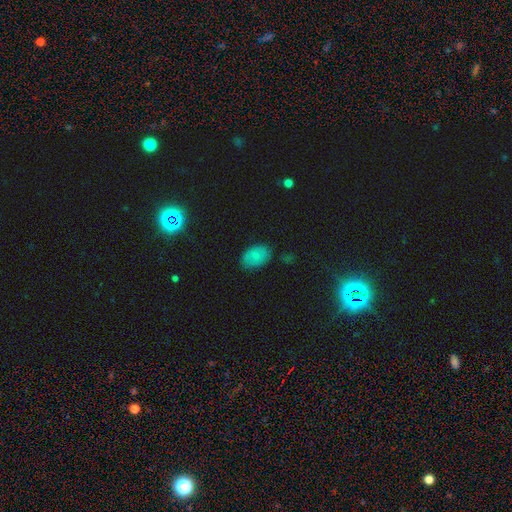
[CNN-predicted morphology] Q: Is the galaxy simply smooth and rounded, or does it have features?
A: smooth — 71%.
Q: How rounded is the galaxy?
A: in between — 85%.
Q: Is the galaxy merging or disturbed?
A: none — 78%.